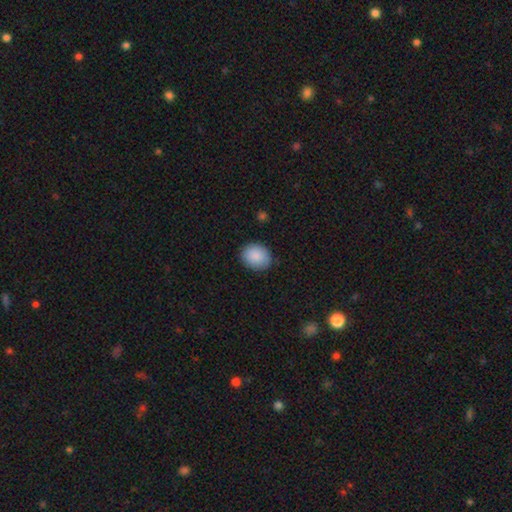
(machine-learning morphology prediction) This is clearly a smooth galaxy (89%). How rounded: possibly round (55%). Merging: clearly none (86%).